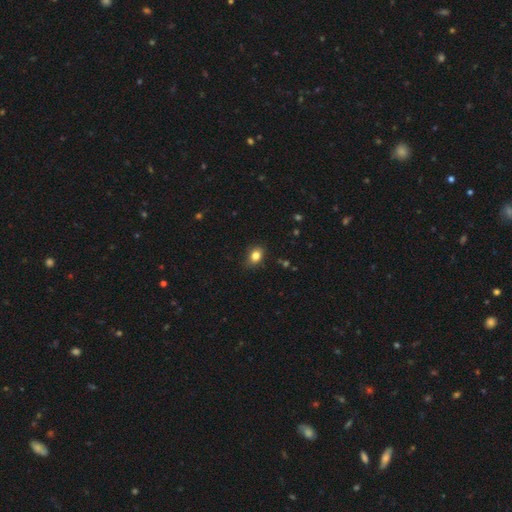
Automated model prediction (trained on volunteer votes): smooth-or-featured: smooth: 82% | star or artifact: 11% | featured or disk: 7%
  how-rounded: in between: 66% | round: 32% | cigar-shaped: 1%
  merging: none: 82% | minor disturbance: 14% | major disturbance: 3% | merger: 1%